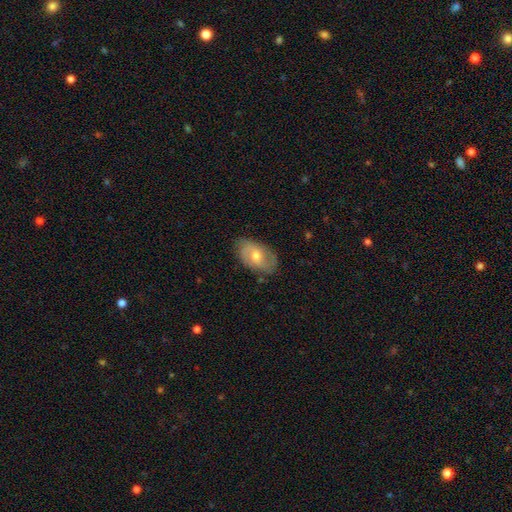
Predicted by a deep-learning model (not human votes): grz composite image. It shows a featured or disk galaxy (53%). Merging: none (75%).